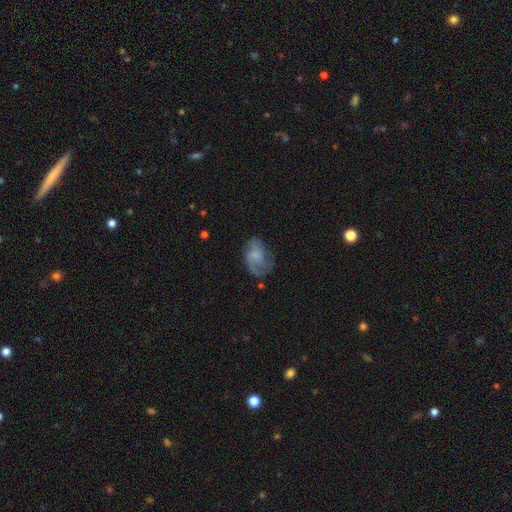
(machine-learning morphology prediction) A featured or disk galaxy (59%) with no bar (65%), spiral arms (83%) and no central bulge (45%).

Vote fractions:
- Smooth or featured? featured or disk: 59% / smooth: 32% / star or artifact: 9%
- Edge-on disk? no: 97% / yes: 3%
- Bar? no: 65% / weak: 30% / strong: 5%
- Spiral arms? yes: 83% / no: 17%
- Bulge size? none: 45% / small: 27% / moderate: 20% / large: 7% / dominant: 2%
- Merging? none: 52% / minor disturbance: 24% / major disturbance: 22% / merger: 2%